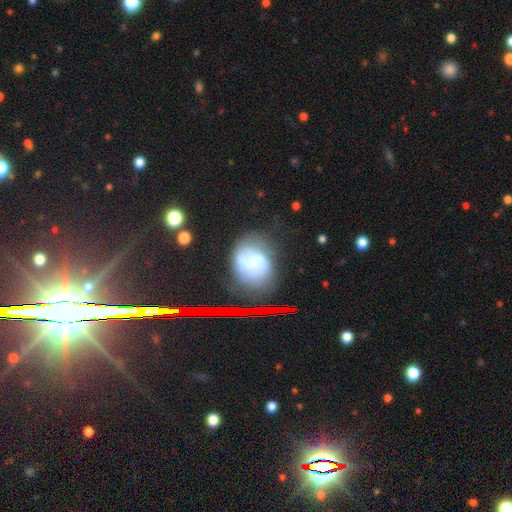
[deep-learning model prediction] Q: Smooth or featured?
A: featured or disk (46%); runner-up: smooth (35%)
Q: Merging?
A: none (61%); runner-up: minor disturbance (24%)